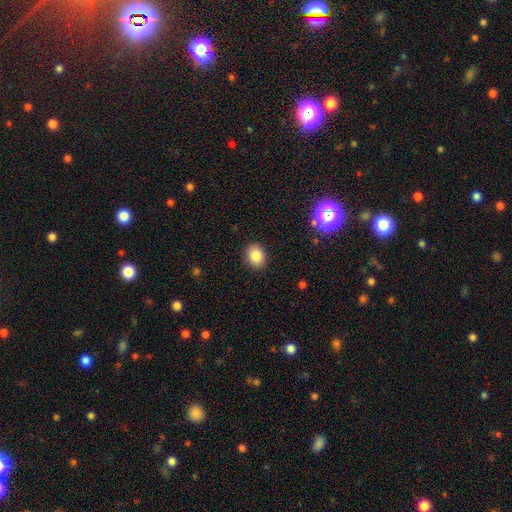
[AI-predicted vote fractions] smooth_or_featured: smooth (p=0.85) [alt: star or artifact p=0.10]
how_rounded: in between (p=0.52) [alt: round p=0.47]
merging: none (p=0.89) [alt: minor disturbance p=0.07]